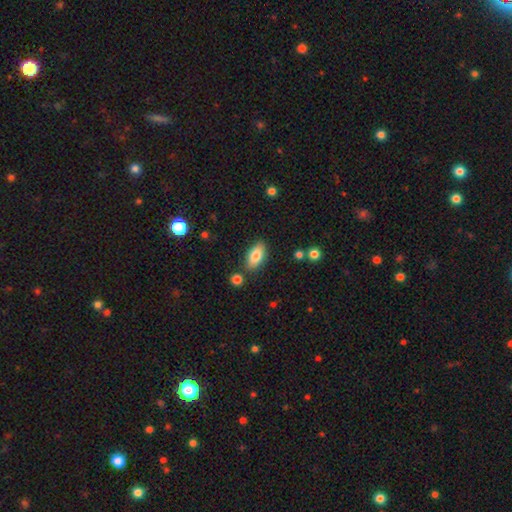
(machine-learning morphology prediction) smooth_or_featured: smooth (p=0.78) [alt: featured or disk p=0.15]
how_rounded: in between (p=0.88) [alt: cigar-shaped p=0.09]
merging: none (p=0.84) [alt: minor disturbance p=0.10]